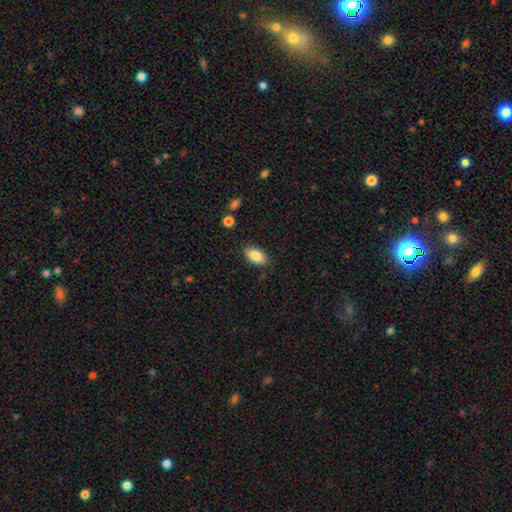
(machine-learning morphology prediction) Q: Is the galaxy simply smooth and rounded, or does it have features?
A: smooth — 84%.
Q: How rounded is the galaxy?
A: in between — 92%.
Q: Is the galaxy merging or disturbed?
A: none — 84%.